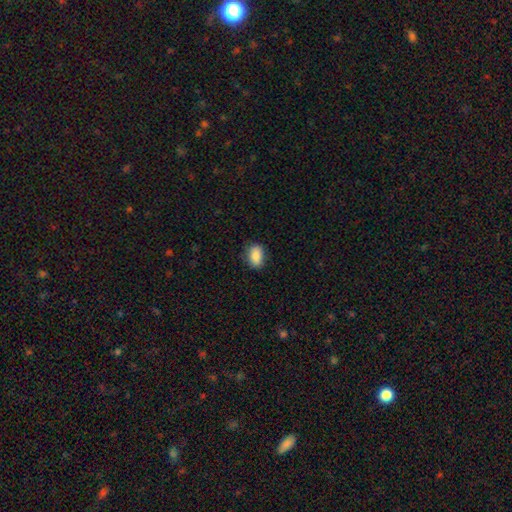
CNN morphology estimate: A smooth galaxy with no disk features (89%) that is in between round and cigar-shaped (86%).

Vote fractions:
- Smooth or featured? smooth: 89% / star or artifact: 8% / featured or disk: 4%
- How rounded? in between: 86% / round: 12% / cigar-shaped: 2%
- Merging? none: 83% / minor disturbance: 14% / major disturbance: 3% / merger: 1%